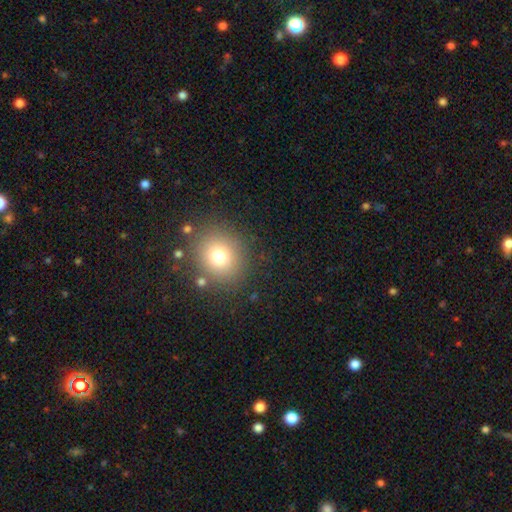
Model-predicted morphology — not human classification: smooth_or_featured: smooth (p=0.71) [alt: star or artifact p=0.20]
how_rounded: round (p=0.83) [alt: in between p=0.16]
merging: none (p=0.87) [alt: minor disturbance p=0.08]